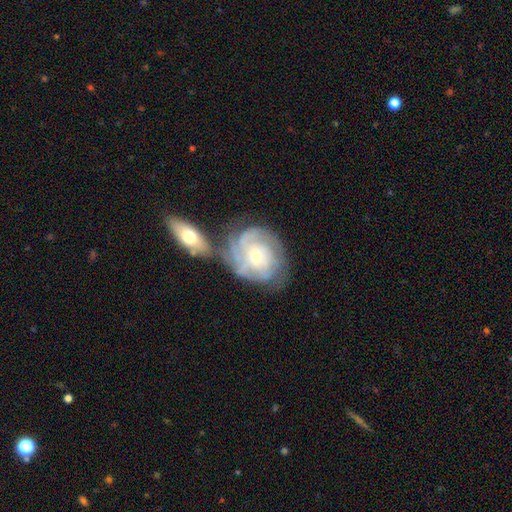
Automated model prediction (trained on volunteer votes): Smooth or featured: featured or disk — 76% (smooth — 18%)
Edge-on disk: no — 96% (yes — 4%)
Bar: no — 64% (weak — 31%)
Spiral arms: yes — 91% (no — 9%)
Spiral winding: tight — 68% (medium — 25%)
Spiral arm count: can't tell — 43% (3 — 20%)
Bulge size: small — 49% (moderate — 44%)
Merging: none — 45% (merger — 25%)